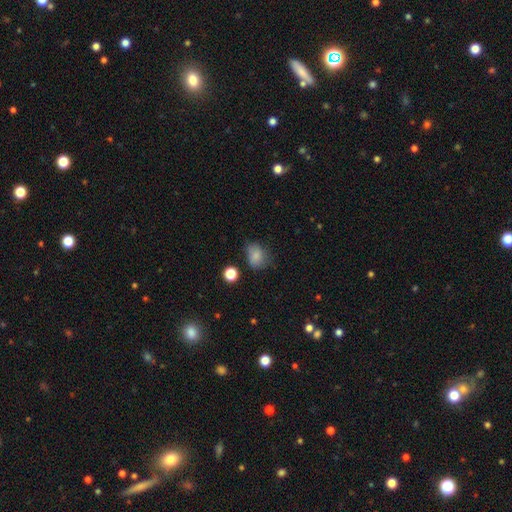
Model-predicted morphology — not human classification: Smooth or featured?
  - smooth: 81% *
  - star or artifact: 11%
  - featured or disk: 8%
How rounded?
  - in between: 56% *
  - round: 43%
  - cigar-shaped: 1%
Merging?
  - none: 54% *
  - minor disturbance: 32%
  - major disturbance: 11%
  - merger: 3%